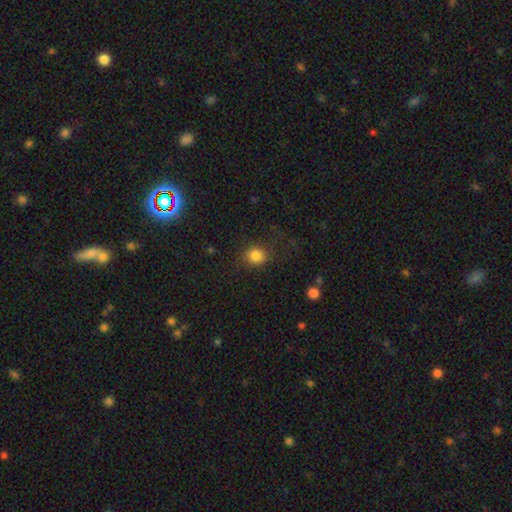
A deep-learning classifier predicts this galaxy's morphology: A smooth galaxy with no disk features (83%) that is round (71%).

Vote fractions:
- Smooth or featured? smooth: 83% / star or artifact: 11% / featured or disk: 6%
- How rounded? round: 71% / in between: 28% / cigar-shaped: 1%
- Merging? none: 75% / minor disturbance: 14% / major disturbance: 9% / merger: 2%